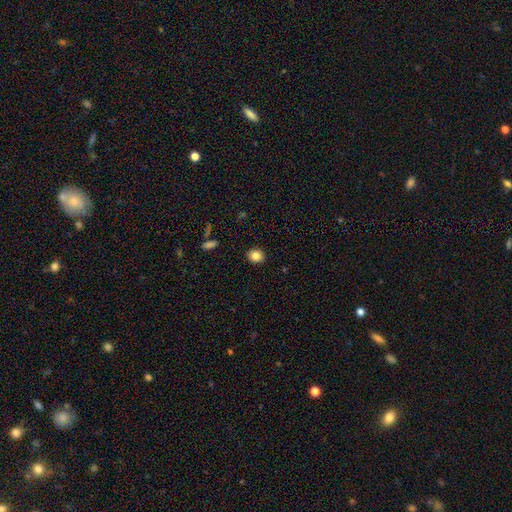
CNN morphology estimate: type=smooth (83%); roundness=round (70%); merging=none (91%).